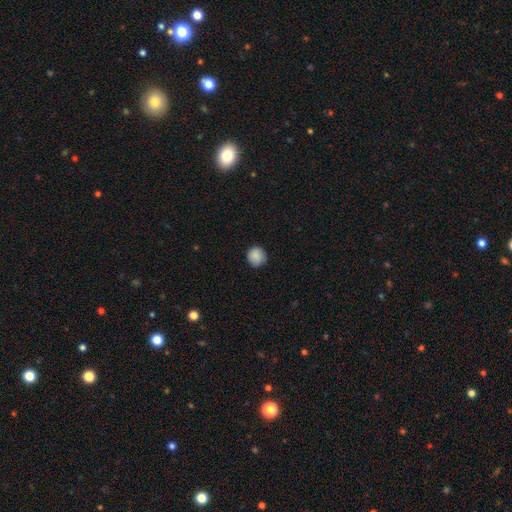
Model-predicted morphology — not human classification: This is clearly a smooth galaxy (87%). How rounded: clearly round (94%). Merging: clearly none (86%).